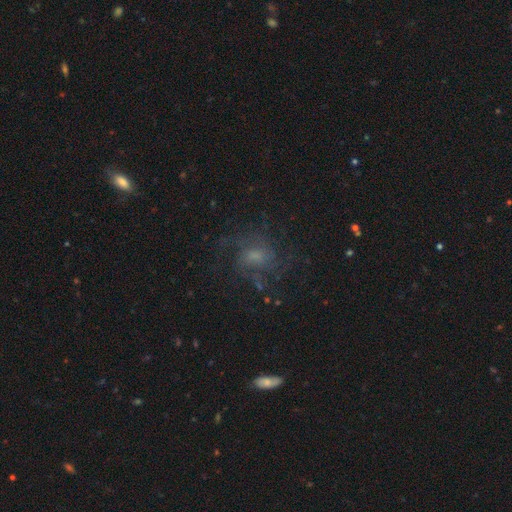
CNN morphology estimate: The model was most divided on "bulge size": small: 40%, moderate: 38%, none: 14%, large: 7%, dominant: 2%. More confident: edge-on disk — no (97%); spiral arms — yes (81%); merging — none (61%); bar — no (60%); smooth or featured — featured or disk (60%).